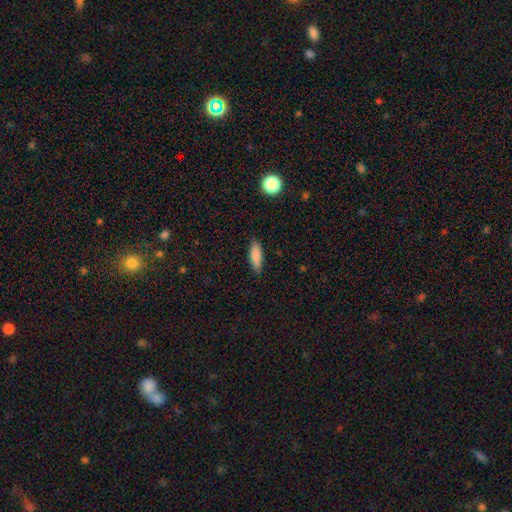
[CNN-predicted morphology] A smooth galaxy with no disk features (86%) that is in between round and cigar-shaped (50%).

Vote fractions:
- Smooth or featured? smooth: 86% / star or artifact: 7% / featured or disk: 6%
- How rounded? in between: 50% / cigar-shaped: 48% / round: 2%
- Merging? none: 85% / minor disturbance: 11% / major disturbance: 2% / merger: 1%